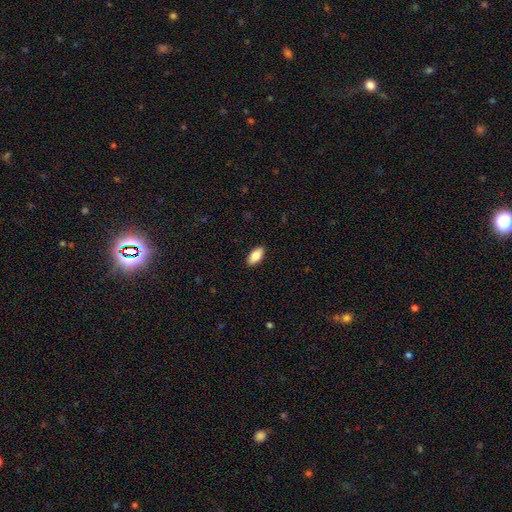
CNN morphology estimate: This is clearly a smooth galaxy (84%). How rounded: clearly in between (91%). Merging: clearly none (90%).